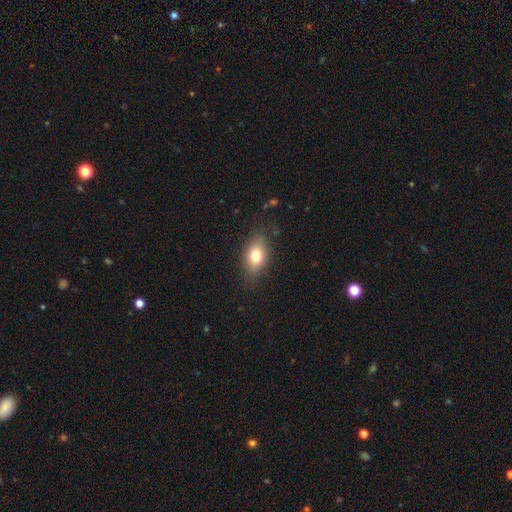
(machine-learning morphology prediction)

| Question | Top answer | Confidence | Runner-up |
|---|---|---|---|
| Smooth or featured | smooth | 76% | featured or disk (15%) |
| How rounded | in between | 79% | round (17%) |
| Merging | none | 80% | minor disturbance (14%) |